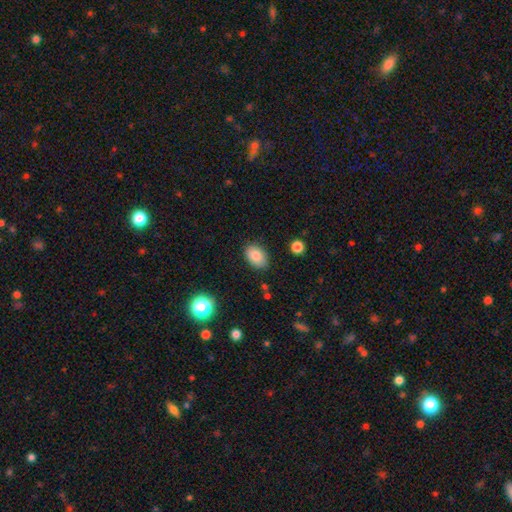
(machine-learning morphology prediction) Smooth or featured? smooth (84%)
How rounded? in between (83%)
Merging? none (83%)